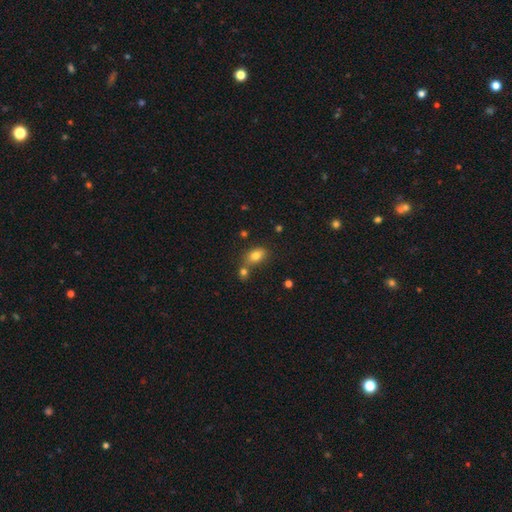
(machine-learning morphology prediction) Smooth or featured? smooth (79%)
How rounded? in between (84%)
Merging? none (56%)